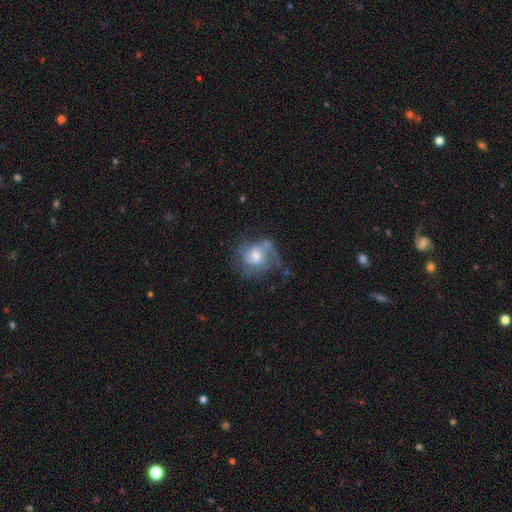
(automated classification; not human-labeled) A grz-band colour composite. It shows a featured or disk galaxy (66%) with no bar (61%), 2 (46%) medium (44%) spiral arms (83%) and a moderate central bulge (56%). Merging: none (43%).